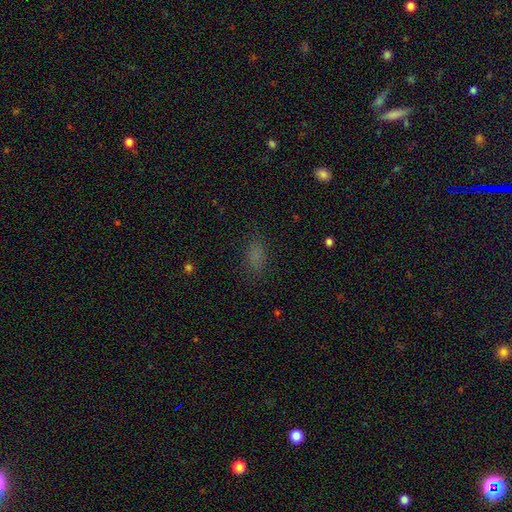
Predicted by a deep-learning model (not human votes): This is likely a smooth galaxy (76%). How rounded: clearly in between (85%). Merging: likely none (78%).